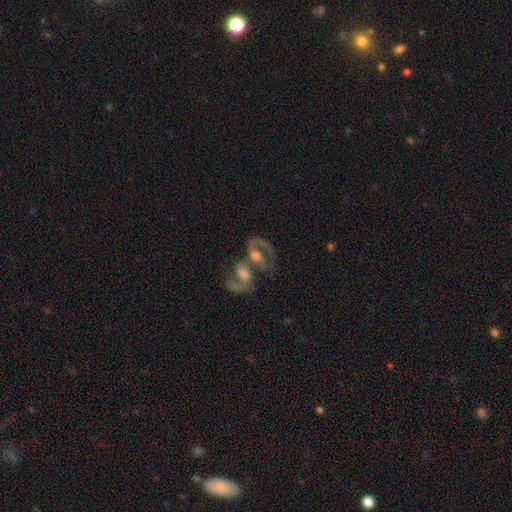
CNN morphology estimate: smooth_or_featured: featured or disk (p=0.74) [alt: smooth p=0.17]
disk_edge_on: no (p=0.96) [alt: yes p=0.04]
bar: no (p=0.44) [alt: weak p=0.37]
has_spiral_arms: yes (p=0.81) [alt: no p=0.19]
spiral_winding: medium (p=0.47) [alt: loose p=0.35]
spiral_arm_count: 2 (p=0.70) [alt: 1 p=0.17]
bulge_size: moderate (p=0.49) [alt: large p=0.21]
merging: merger (p=0.63) [alt: none p=0.19]